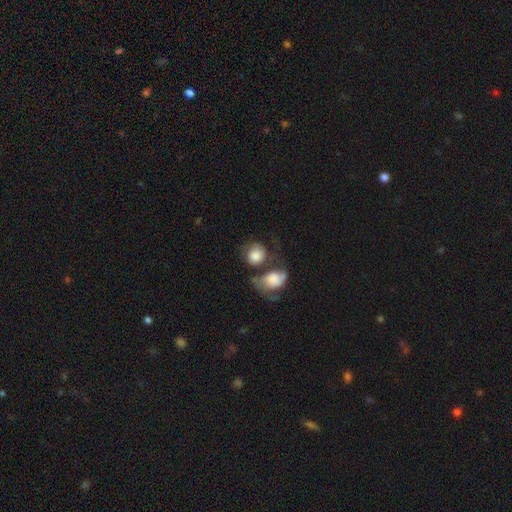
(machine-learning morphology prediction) This is likely a smooth galaxy (72%). How rounded: likely round (76%). Merging: marginally merger (39%).